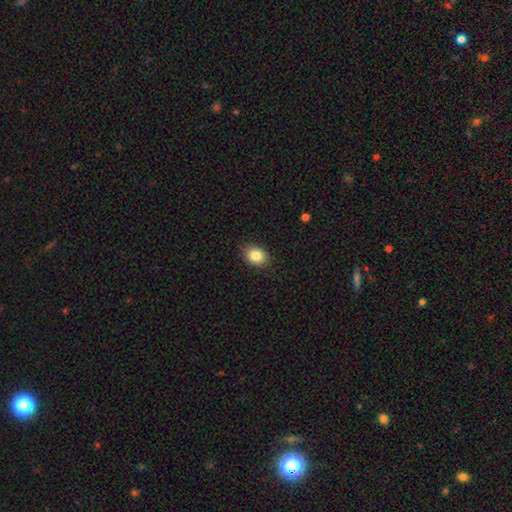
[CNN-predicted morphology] A smooth galaxy with no disk features (85%) that is in between round and cigar-shaped (58%).

Vote fractions:
- Smooth or featured? smooth: 85% / star or artifact: 9% / featured or disk: 6%
- How rounded? in between: 58% / round: 41% / cigar-shaped: 1%
- Merging? none: 85% / minor disturbance: 12% / major disturbance: 2% / merger: 1%